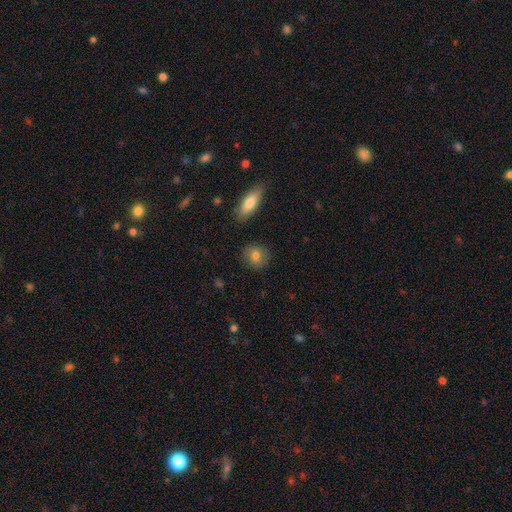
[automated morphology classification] smooth-or-featured: smooth: 80% | featured or disk: 12% | star or artifact: 8%
  how-rounded: round: 82% | in between: 16% | cigar-shaped: 2%
  merging: none: 87% | minor disturbance: 8% | major disturbance: 2% | merger: 2%